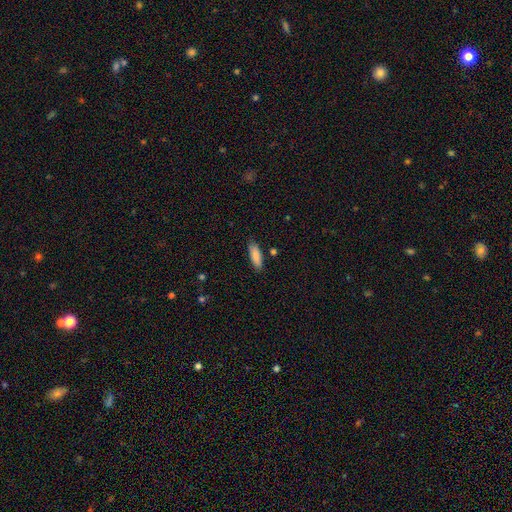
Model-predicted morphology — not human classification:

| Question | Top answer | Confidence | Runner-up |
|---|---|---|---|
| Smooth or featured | smooth | 87% | featured or disk (6%) |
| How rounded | in between | 55% | cigar-shaped (43%) |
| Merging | none | 85% | minor disturbance (10%) |